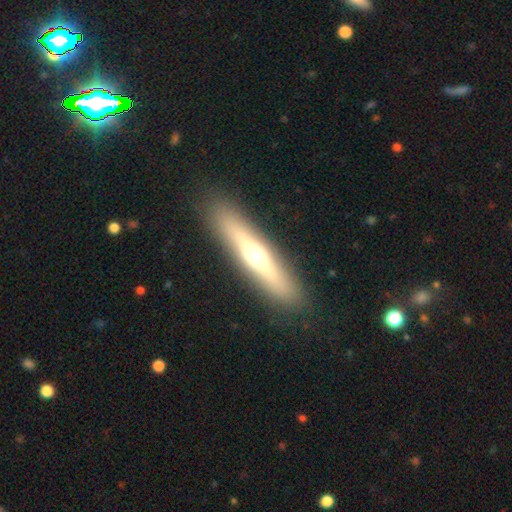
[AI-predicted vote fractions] A featured or disk galaxy (52%) viewed edge-on (88%).

Vote fractions:
- Smooth or featured? featured or disk: 52% / smooth: 42% / star or artifact: 6%
- Edge-on disk? yes: 88% / no: 12%
- Merging? none: 90% / minor disturbance: 7% / major disturbance: 2% / merger: 1%